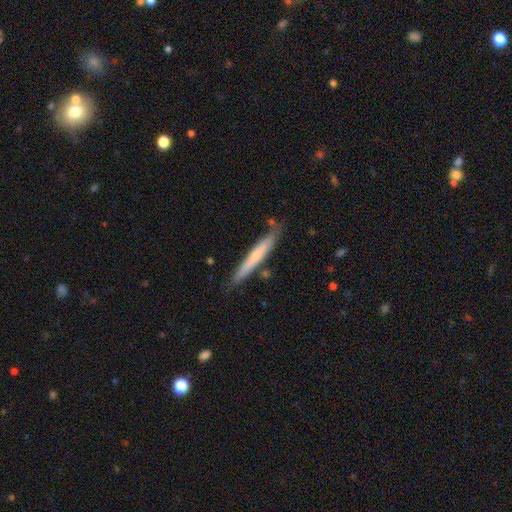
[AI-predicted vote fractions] Morphology: type=smooth (50%); roundness=cigar-shaped (95%); merging=none (81%).